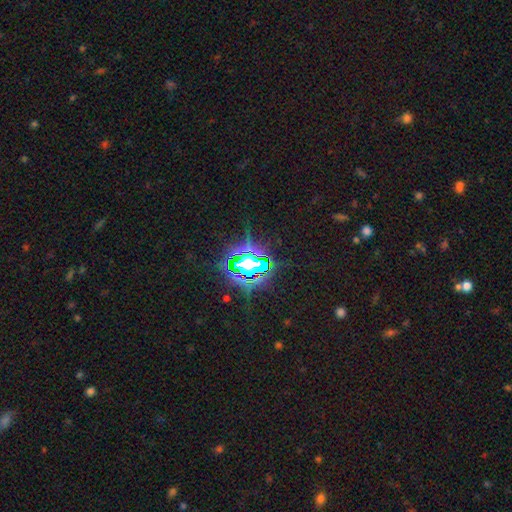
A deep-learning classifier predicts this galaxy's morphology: Smooth or featured? star or artifact (74%)